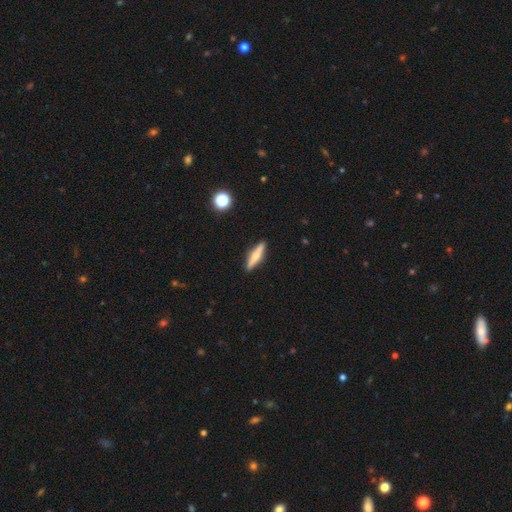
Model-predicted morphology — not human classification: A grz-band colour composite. It shows a featured or disk galaxy (47%). Merging: none (90%).